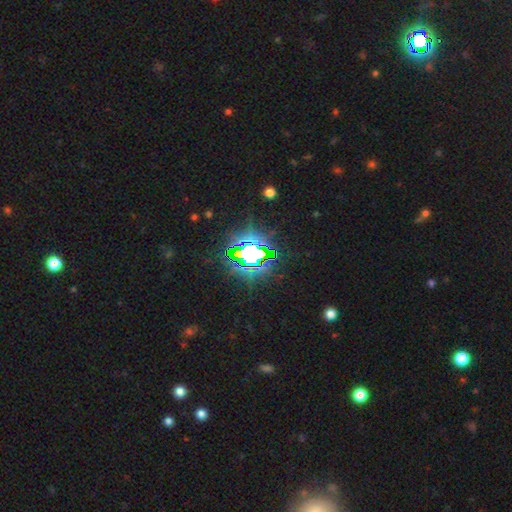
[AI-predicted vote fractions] This is likely a star or artifact rather than a galaxy (75%).